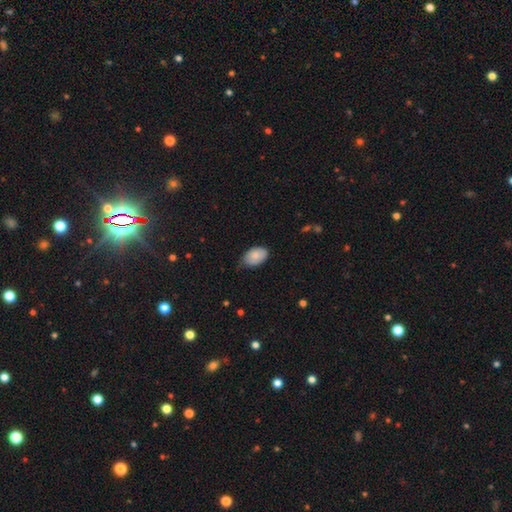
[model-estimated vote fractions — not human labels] This appears to be a smooth galaxy with no disk features (84%) that is in between round and cigar-shaped (91%). Merging: none (59%).